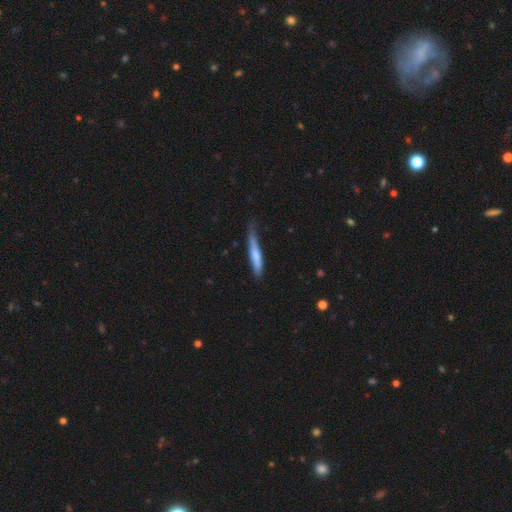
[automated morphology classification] Smooth or featured?
  - smooth: 69% *
  - featured or disk: 26%
  - star or artifact: 5%
How rounded?
  - cigar-shaped: 93% *
  - in between: 6%
  - round: 1%
Merging?
  - none: 54% *
  - minor disturbance: 35%
  - major disturbance: 9%
  - merger: 2%